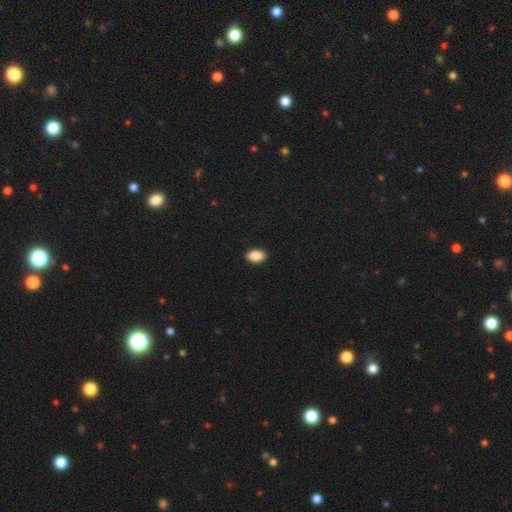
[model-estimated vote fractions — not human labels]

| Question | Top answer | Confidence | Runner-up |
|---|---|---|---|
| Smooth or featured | smooth | 90% | star or artifact (7%) |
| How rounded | in between | 91% | round (7%) |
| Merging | none | 90% | minor disturbance (7%) |